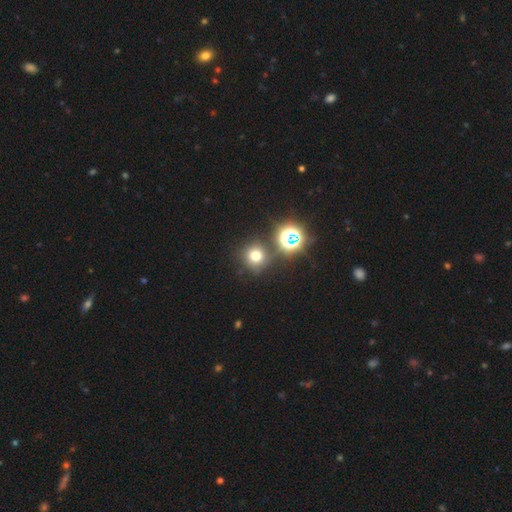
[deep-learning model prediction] Smooth or featured? Predicted: smooth (p=0.63). How rounded? Predicted: round (p=0.92). Merging? Predicted: none (p=0.78).